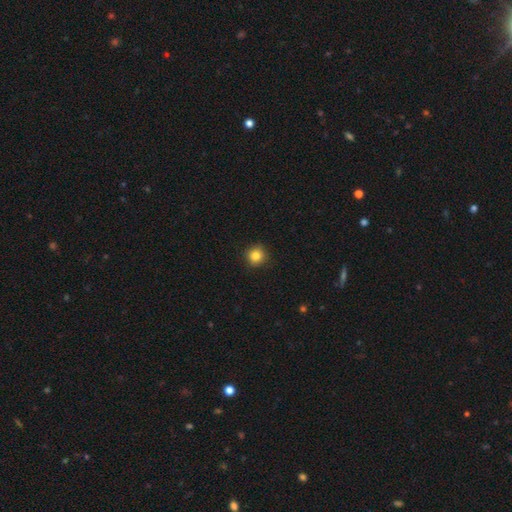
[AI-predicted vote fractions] A smooth galaxy with no disk features (84%) that is round (93%).

Vote fractions:
- Smooth or featured? smooth: 84% / star or artifact: 11% / featured or disk: 5%
- How rounded? round: 93% / in between: 6% / cigar-shaped: 1%
- Merging? none: 90% / minor disturbance: 7% / major disturbance: 2% / merger: 1%